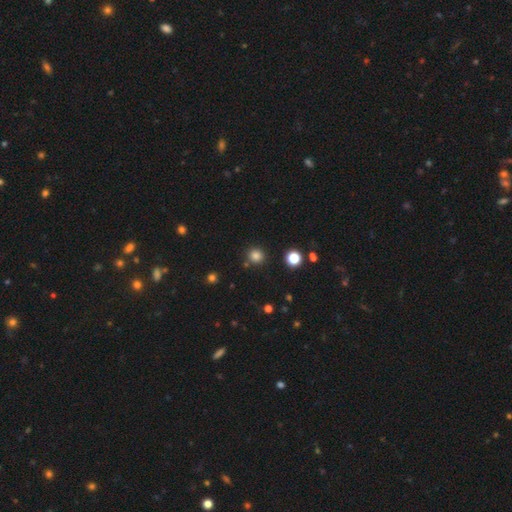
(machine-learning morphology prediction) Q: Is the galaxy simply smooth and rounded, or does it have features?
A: smooth — 82%.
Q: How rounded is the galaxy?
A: round — 92%.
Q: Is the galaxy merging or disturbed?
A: none — 86%.